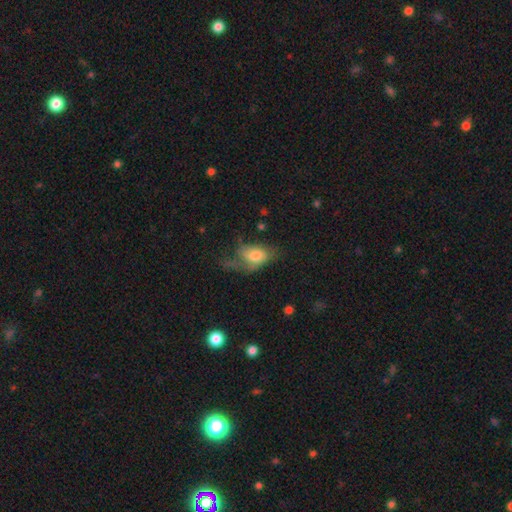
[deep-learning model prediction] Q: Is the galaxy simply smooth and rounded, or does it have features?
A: smooth — 63%.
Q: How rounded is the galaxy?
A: in between — 87%.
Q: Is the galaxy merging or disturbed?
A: major disturbance — 46%.